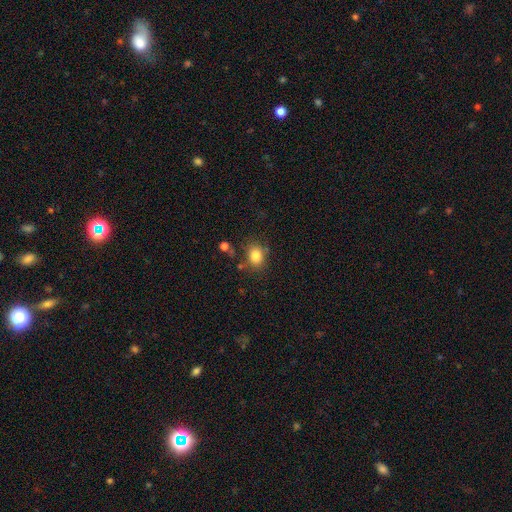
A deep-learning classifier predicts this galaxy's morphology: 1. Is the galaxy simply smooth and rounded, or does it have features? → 83% smooth, 11% star or artifact, 7% featured or disk.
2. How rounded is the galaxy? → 53% round, 46% in between, 1% cigar-shaped.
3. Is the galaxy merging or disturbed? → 73% none, 16% minor disturbance, 6% merger, 5% major disturbance.